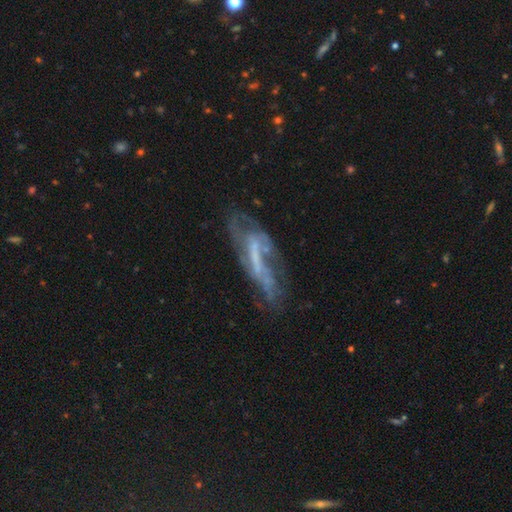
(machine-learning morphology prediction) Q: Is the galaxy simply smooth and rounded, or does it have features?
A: featured or disk — 70%.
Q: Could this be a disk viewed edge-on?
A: no — 78%.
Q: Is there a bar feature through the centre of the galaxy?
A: no — 37%.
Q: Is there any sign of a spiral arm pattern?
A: yes — 56%.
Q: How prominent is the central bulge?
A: none — 53%.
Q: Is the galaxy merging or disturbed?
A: none — 45%.